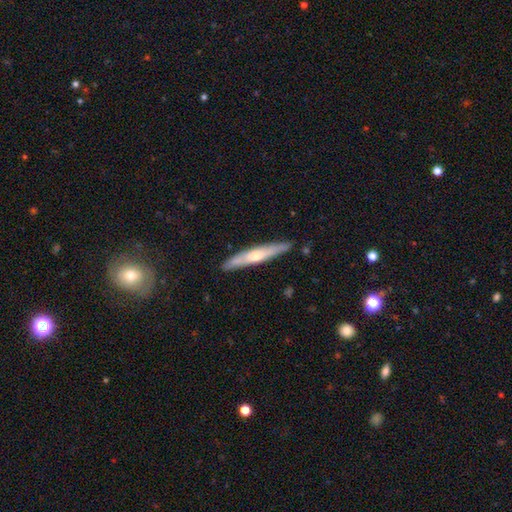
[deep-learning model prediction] Smooth or featured: featured or disk — 52% (smooth — 43%)
Edge-on disk: yes — 91% (no — 9%)
Merging: none — 88% (minor disturbance — 9%)